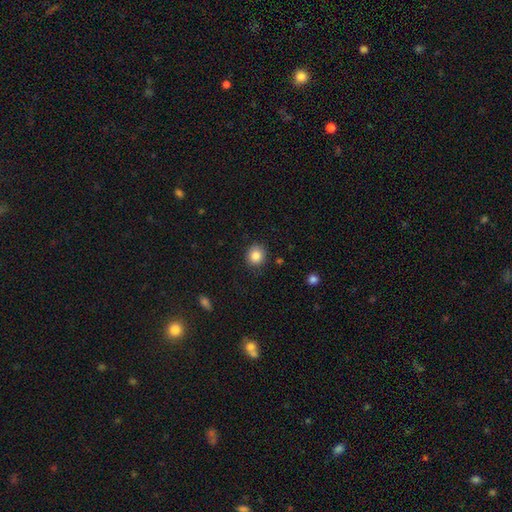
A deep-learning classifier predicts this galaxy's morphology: Smooth or featured? smooth (85%)
How rounded? round (83%)
Merging? none (86%)